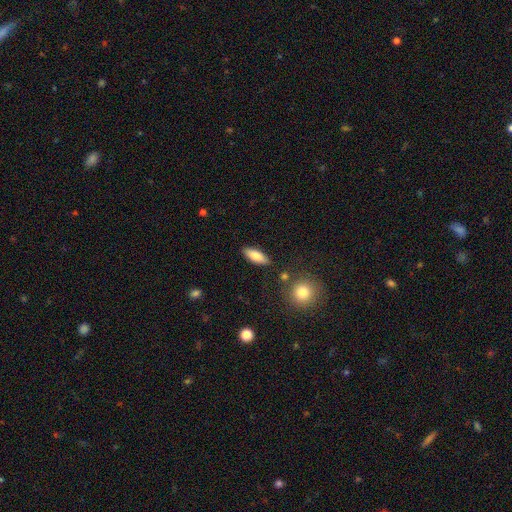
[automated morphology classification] The model was most divided on "how rounded": in between: 72%, cigar-shaped: 26%, round: 2%. More confident: merging — none (85%); smooth or featured — smooth (78%).